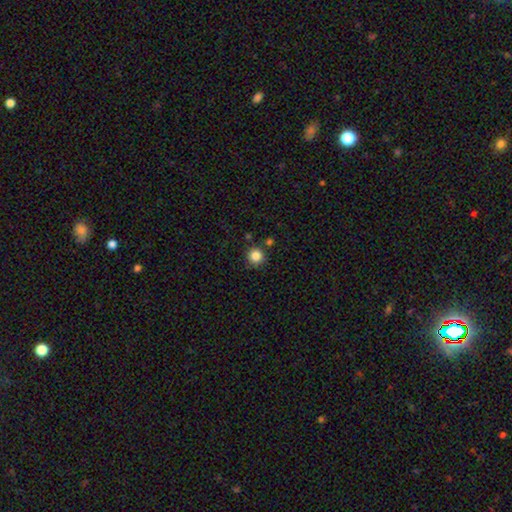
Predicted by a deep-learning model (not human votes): This appears to be a smooth galaxy with no disk features (84%) that is round (95%). Merging: none (85%).